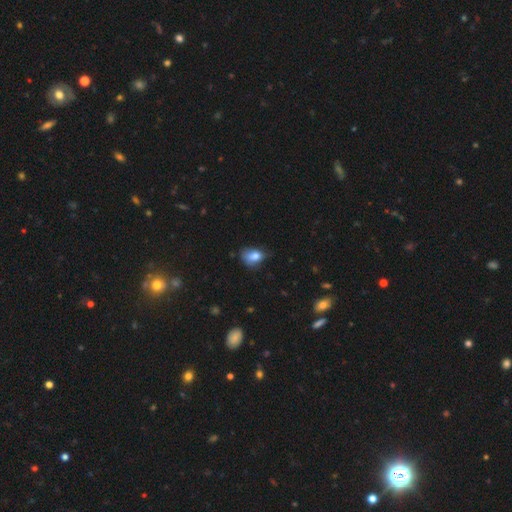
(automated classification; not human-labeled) This is likely a smooth galaxy (78%). How rounded: likely in between (76%). Merging: marginally none (44%).